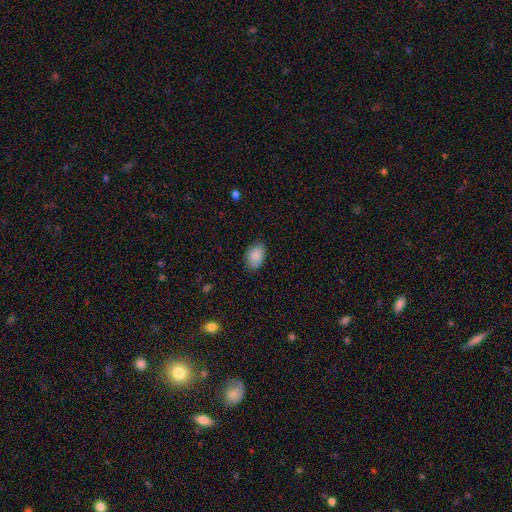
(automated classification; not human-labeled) Morphology: type=smooth (87%); roundness=in between (87%); merging=none (78%).